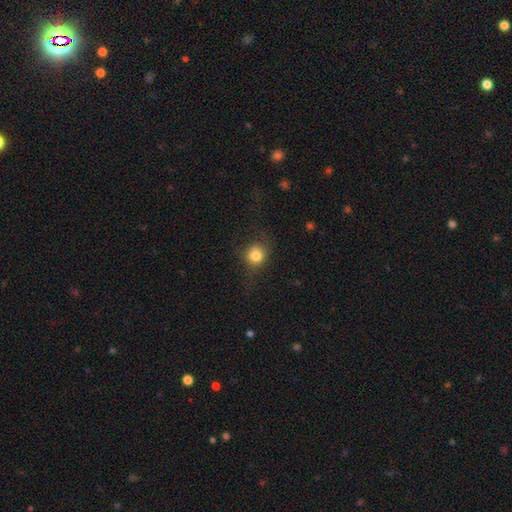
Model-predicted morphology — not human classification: Smooth or featured?
  - smooth: 78% *
  - star or artifact: 11%
  - featured or disk: 11%
How rounded?
  - round: 79% *
  - in between: 19%
  - cigar-shaped: 1%
Merging?
  - none: 63% *
  - minor disturbance: 21%
  - major disturbance: 14%
  - merger: 2%